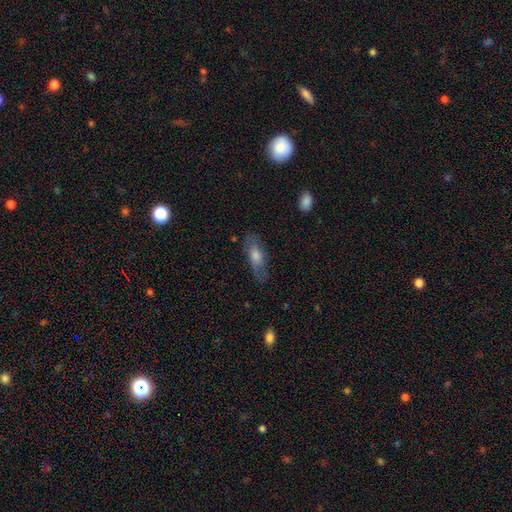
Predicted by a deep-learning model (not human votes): Smooth or featured?
  - smooth: 54% *
  - featured or disk: 37%
  - star or artifact: 9%
How rounded?
  - in between: 67% *
  - cigar-shaped: 28%
  - round: 4%
Merging?
  - none: 74% *
  - minor disturbance: 19%
  - major disturbance: 6%
  - merger: 1%